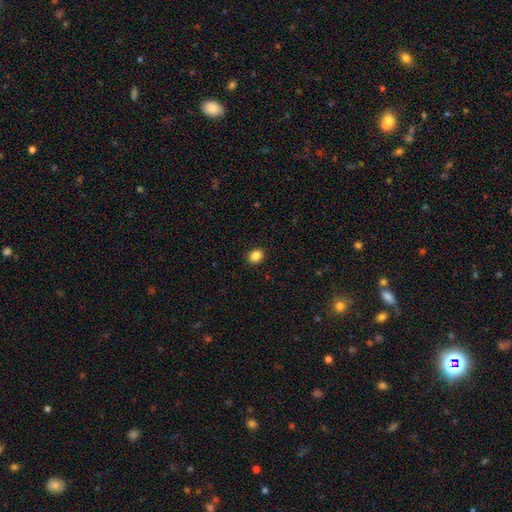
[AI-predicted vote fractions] A smooth galaxy with no disk features (87%) that is round (61%). Merging: none (91%).